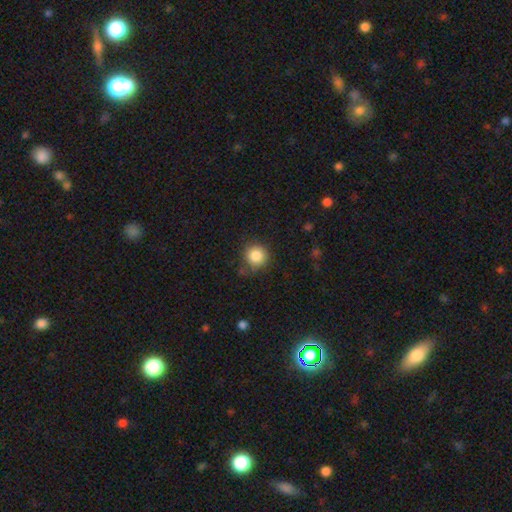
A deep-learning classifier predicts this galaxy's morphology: Smooth or featured?
  - smooth: 85% *
  - star or artifact: 10%
  - featured or disk: 5%
How rounded?
  - round: 93% *
  - in between: 6%
  - cigar-shaped: 1%
Merging?
  - none: 78% *
  - minor disturbance: 15%
  - major disturbance: 4%
  - merger: 3%